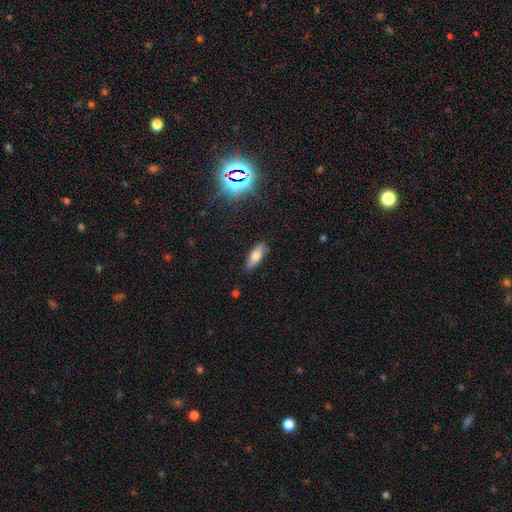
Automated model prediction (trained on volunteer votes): Smooth or featured? Predicted: smooth (p=0.72). How rounded? Predicted: in between (p=0.67). Merging? Predicted: none (p=0.84).